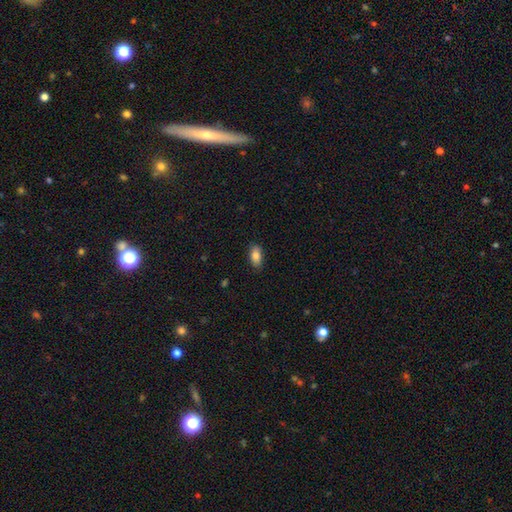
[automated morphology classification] This is clearly a smooth galaxy (85%). How rounded: clearly in between (90%). Merging: clearly none (85%).